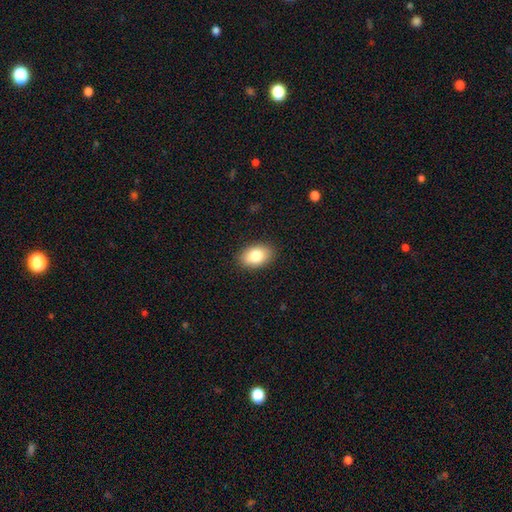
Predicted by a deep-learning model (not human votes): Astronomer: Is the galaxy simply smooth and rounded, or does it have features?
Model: smooth — 83%.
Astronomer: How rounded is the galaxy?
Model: in between — 87%.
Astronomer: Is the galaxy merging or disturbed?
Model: none — 88%.